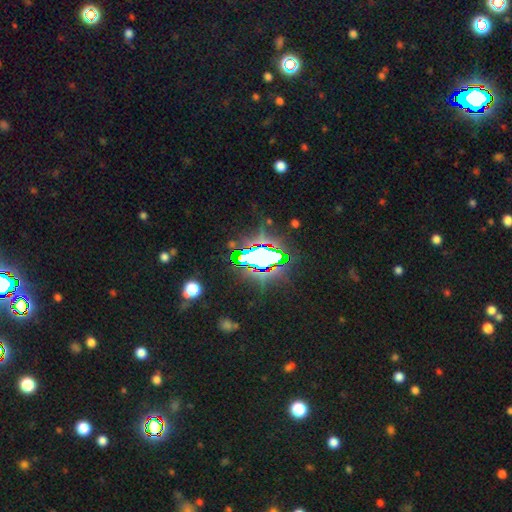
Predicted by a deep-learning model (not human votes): Morphology: type=star or artifact (71%).